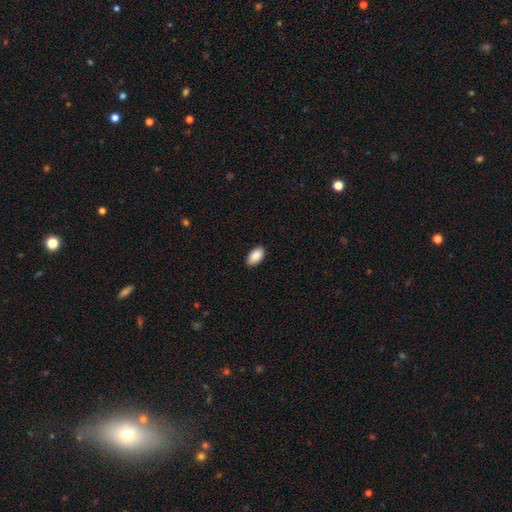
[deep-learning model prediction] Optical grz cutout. It shows a smooth galaxy with no disk features (90%) that is in between round and cigar-shaped (95%). Merging: none (88%).